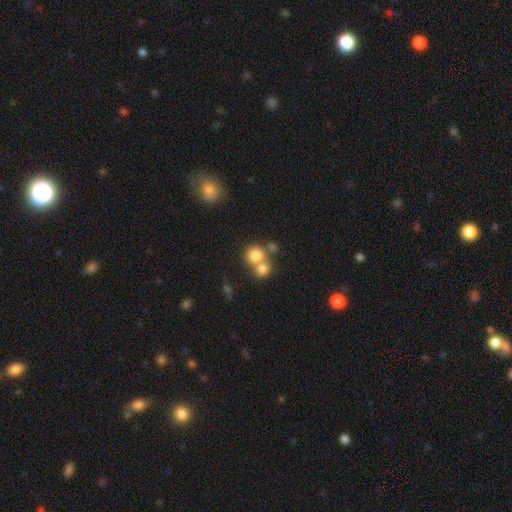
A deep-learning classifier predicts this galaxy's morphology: Smooth or featured?
  - smooth: 78% *
  - star or artifact: 11%
  - featured or disk: 11%
How rounded?
  - round: 84% *
  - in between: 15%
  - cigar-shaped: 1%
Merging?
  - merger: 49% *
  - none: 41%
  - minor disturbance: 7%
  - major disturbance: 4%